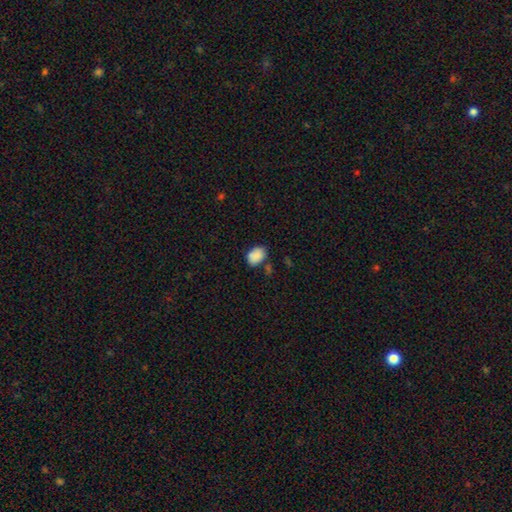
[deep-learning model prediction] Smooth or featured?
  - smooth: 87% *
  - star or artifact: 8%
  - featured or disk: 5%
How rounded?
  - in between: 78% *
  - round: 20%
  - cigar-shaped: 1%
Merging?
  - none: 66% *
  - minor disturbance: 22%
  - merger: 7%
  - major disturbance: 5%